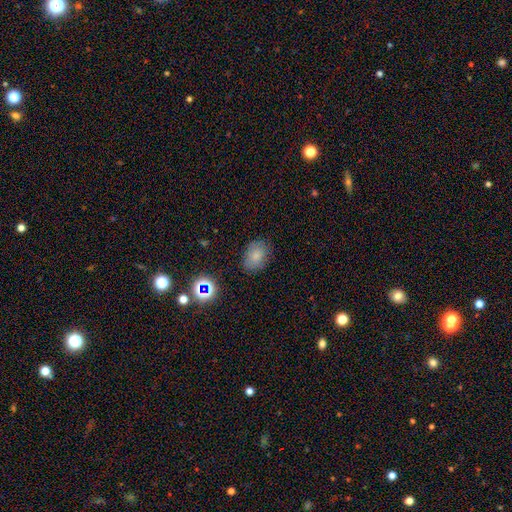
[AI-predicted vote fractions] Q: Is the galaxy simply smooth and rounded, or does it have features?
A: smooth — 76%.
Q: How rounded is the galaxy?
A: in between — 75%.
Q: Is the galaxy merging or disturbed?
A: none — 80%.